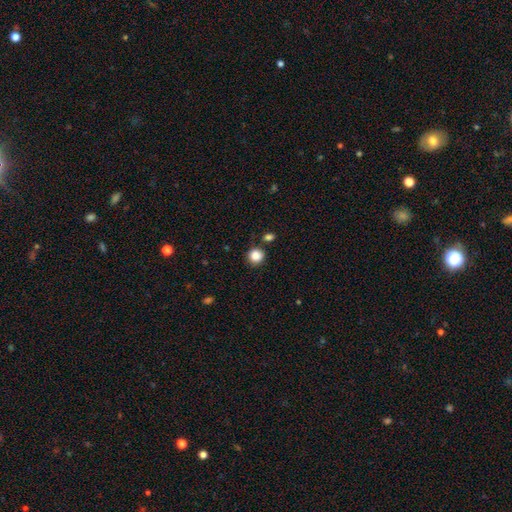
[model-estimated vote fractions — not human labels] Smooth or featured? Predicted: smooth (p=0.87). How rounded? Predicted: round (p=0.90). Merging? Predicted: none (p=0.81).